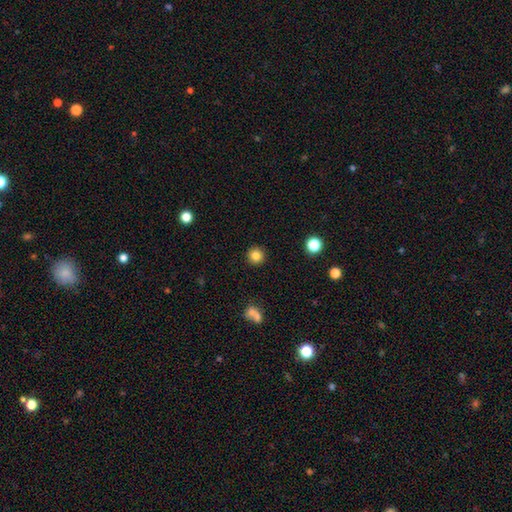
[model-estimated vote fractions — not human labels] Smooth or featured? Predicted: smooth (p=0.83). How rounded? Predicted: round (p=0.94). Merging? Predicted: none (p=0.91).